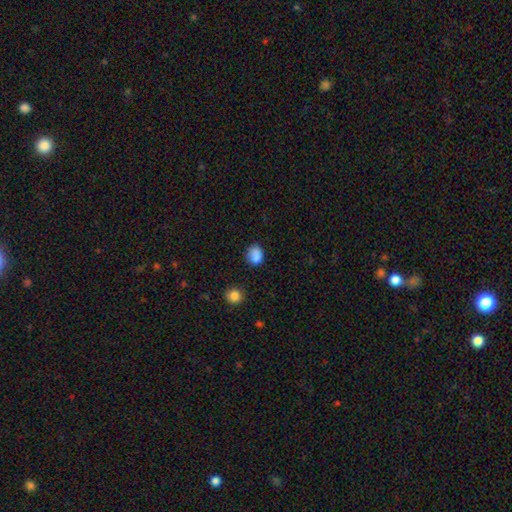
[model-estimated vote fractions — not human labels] A smooth galaxy with no disk features (85%) that is round (59%). Merging: none (74%).